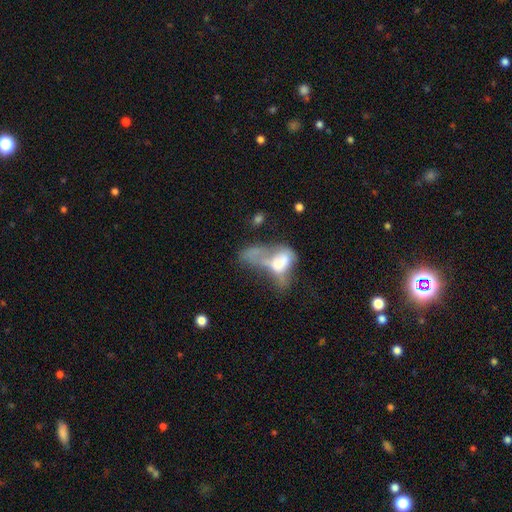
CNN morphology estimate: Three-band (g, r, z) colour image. It shows a smooth galaxy with no disk features (45%). Merging: major disturbance (44%).